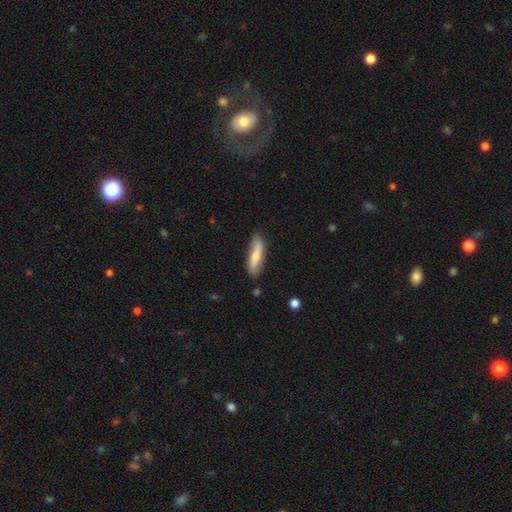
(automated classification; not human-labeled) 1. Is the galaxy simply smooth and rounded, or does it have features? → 61% smooth, 33% featured or disk, 6% star or artifact.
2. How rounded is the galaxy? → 62% cigar-shaped, 36% in between, 2% round.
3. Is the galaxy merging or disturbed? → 71% none, 22% minor disturbance, 4% major disturbance, 3% merger.